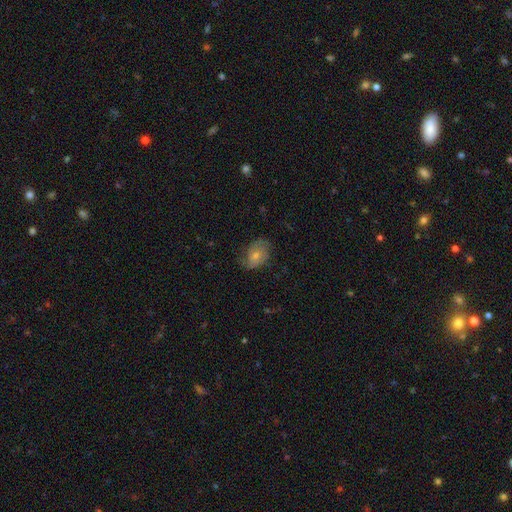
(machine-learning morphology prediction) smooth-or-featured: featured or disk: 53% | smooth: 35% | star or artifact: 12%
  disk-edge-on: no: 95% | yes: 5%
    bar: no: 75% | weak: 21% | strong: 4%
    has-spiral-arms: yes: 82% | no: 18%
    bulge-size: moderate: 51% | small: 42% | large: 4% | none: 3% | dominant: 1%
  merging: none: 69% | minor disturbance: 22% | major disturbance: 8% | merger: 1%